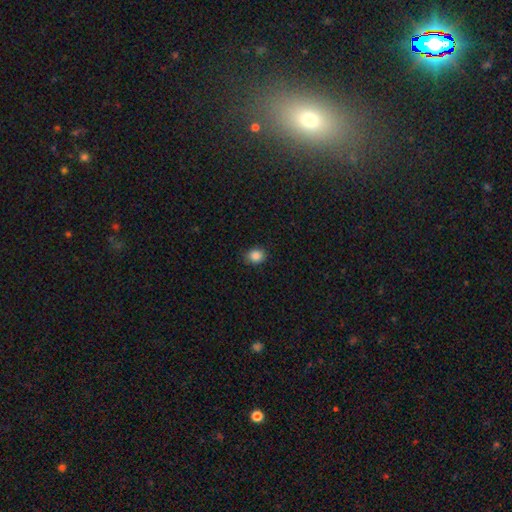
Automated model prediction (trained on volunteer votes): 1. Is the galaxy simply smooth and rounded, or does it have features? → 87% smooth, 10% star or artifact, 3% featured or disk.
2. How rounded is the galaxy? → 64% round, 35% in between, 1% cigar-shaped.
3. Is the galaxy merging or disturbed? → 86% none, 11% minor disturbance, 2% major disturbance, 1% merger.